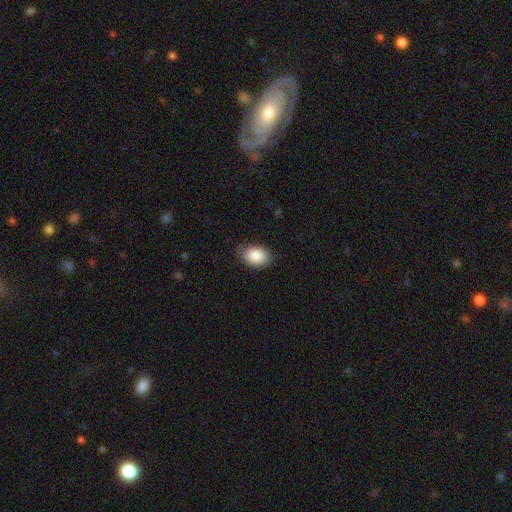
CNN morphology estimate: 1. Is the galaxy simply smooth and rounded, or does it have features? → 87% smooth, 7% star or artifact, 6% featured or disk.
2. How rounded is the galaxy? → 80% in between, 18% round, 1% cigar-shaped.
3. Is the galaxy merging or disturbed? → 80% none, 16% minor disturbance, 3% major disturbance, 1% merger.